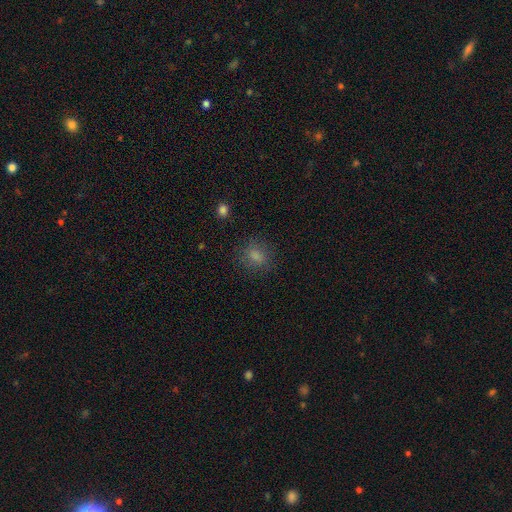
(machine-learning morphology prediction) A smooth galaxy with no disk features (79%) that is round (61%).

Vote fractions:
- Smooth or featured? smooth: 79% / star or artifact: 13% / featured or disk: 8%
- How rounded? round: 61% / in between: 38% / cigar-shaped: 2%
- Merging? none: 78% / minor disturbance: 14% / major disturbance: 7% / merger: 1%